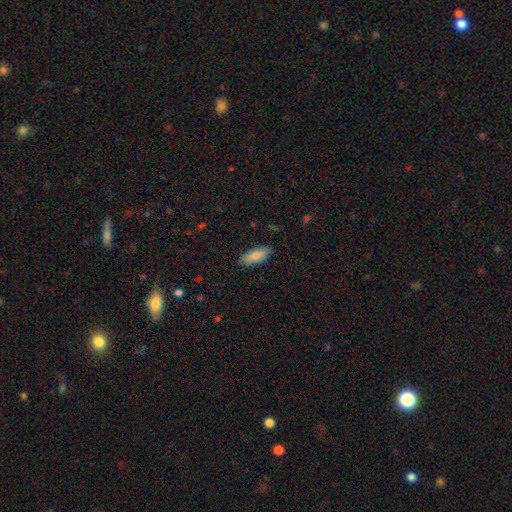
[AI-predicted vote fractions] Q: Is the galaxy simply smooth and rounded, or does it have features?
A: smooth — 84%.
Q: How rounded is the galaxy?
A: in between — 73%.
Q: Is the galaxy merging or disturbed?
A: none — 86%.